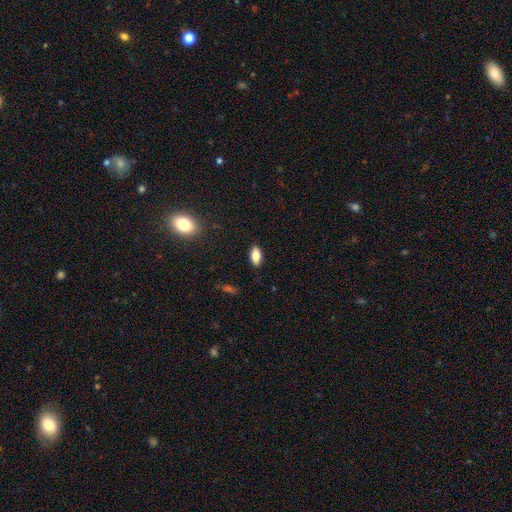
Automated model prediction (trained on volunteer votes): Q: Smooth or featured?
A: smooth (81%); runner-up: featured or disk (11%)
Q: How rounded?
A: in between (89%); runner-up: cigar-shaped (8%)
Q: Merging?
A: none (87%); runner-up: minor disturbance (10%)